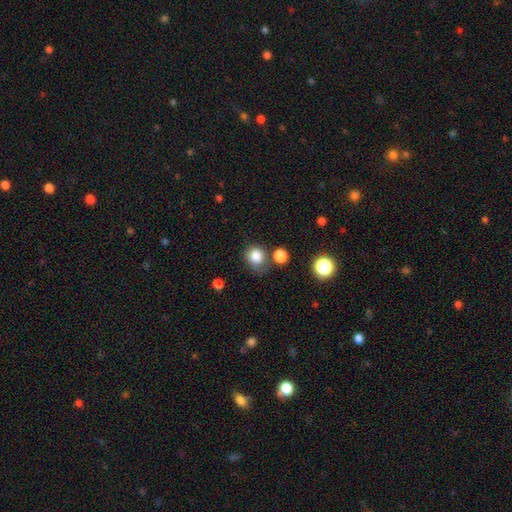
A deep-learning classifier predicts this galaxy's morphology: smooth-or-featured: smooth: 83% | star or artifact: 11% | featured or disk: 6%
  how-rounded: round: 76% | in between: 23% | cigar-shaped: 1%
  merging: none: 63% | minor disturbance: 20% | merger: 10% | major disturbance: 7%